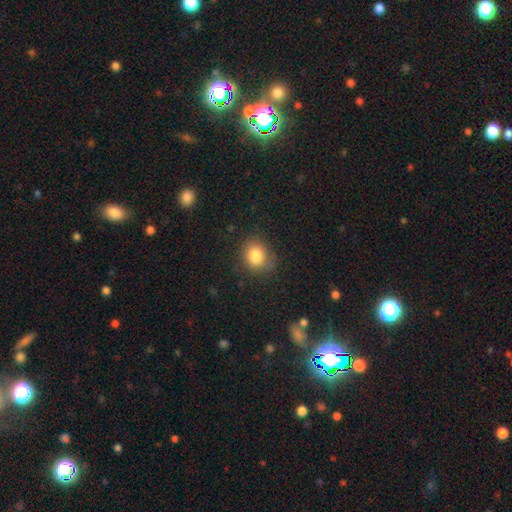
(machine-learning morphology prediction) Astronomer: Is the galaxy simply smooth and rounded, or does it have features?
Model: smooth — 83%.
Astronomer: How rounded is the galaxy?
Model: round — 62% (runner-up: in between, 37%).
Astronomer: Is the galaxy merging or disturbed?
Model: none — 75%.